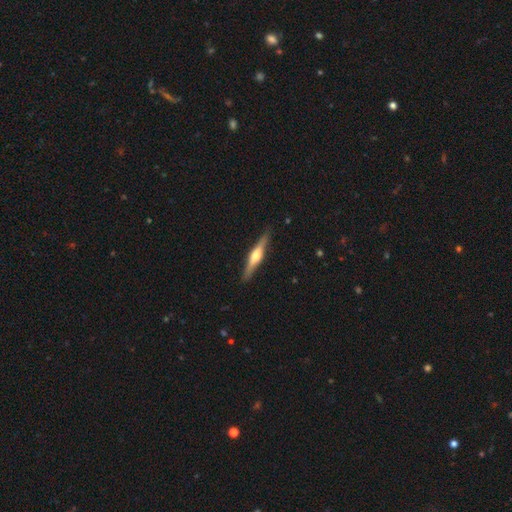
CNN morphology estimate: smooth-or-featured: featured or disk: 70% | smooth: 25% | star or artifact: 5%
  disk-edge-on: yes: 97% | no: 3%
    edge-on-bulge: rounded: 91% | boxy: 6% | none: 3%
  merging: none: 90% | minor disturbance: 8% | major disturbance: 2% | merger: 1%